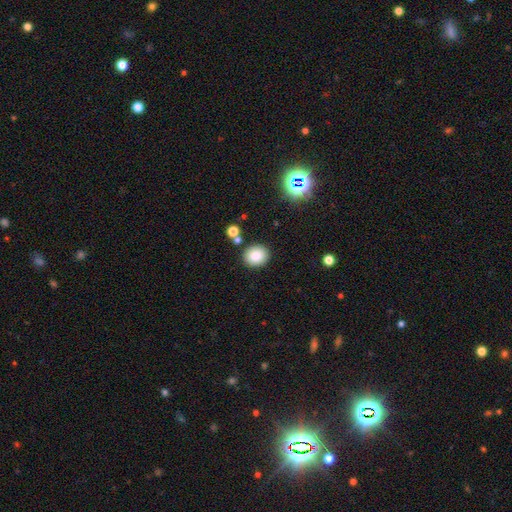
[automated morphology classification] Smooth or featured?
  - smooth: 84% *
  - star or artifact: 10%
  - featured or disk: 5%
How rounded?
  - round: 76% *
  - in between: 23%
  - cigar-shaped: 1%
Merging?
  - none: 84% *
  - minor disturbance: 8%
  - merger: 5%
  - major disturbance: 3%